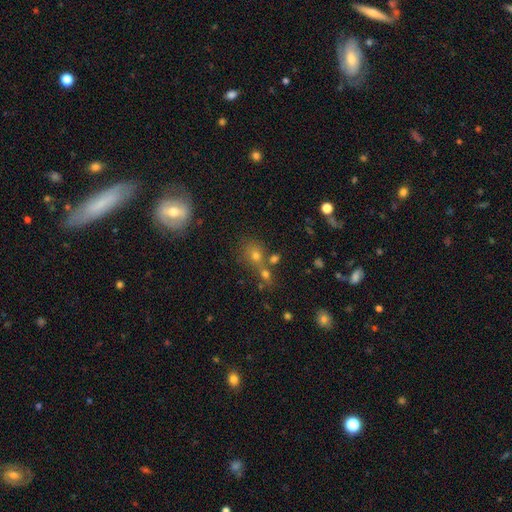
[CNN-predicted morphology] This is possibly a smooth galaxy (54%). How rounded: likely round (75%). Merging: likely none (60%).